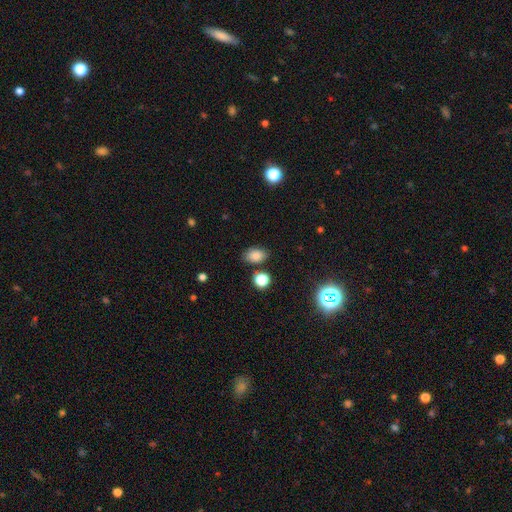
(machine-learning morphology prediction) type=smooth (81%); roundness=in between (81%); merging=none (79%).